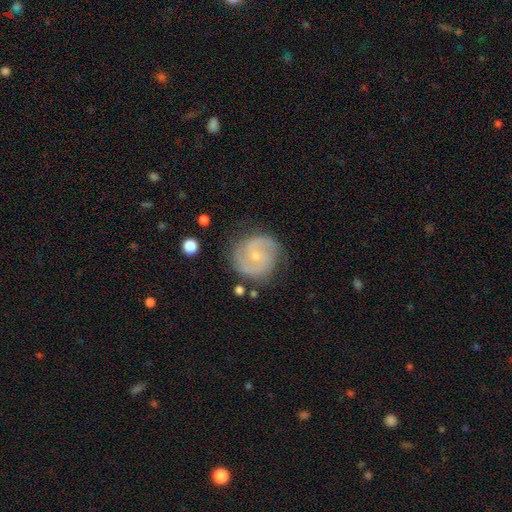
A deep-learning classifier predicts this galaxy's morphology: smooth_or_featured: featured or disk (p=0.80) [alt: smooth p=0.14]
disk_edge_on: no (p=0.98) [alt: yes p=0.02]
bar: no (p=0.67) [alt: weak p=0.28]
has_spiral_arms: yes (p=0.94) [alt: no p=0.06]
spiral_winding: tight (p=0.44) [alt: medium p=0.43]
spiral_arm_count: 2 (p=0.73) [alt: can't tell p=0.11]
bulge_size: small (p=0.76) [alt: moderate p=0.20]
merging: none (p=0.78) [alt: minor disturbance p=0.16]